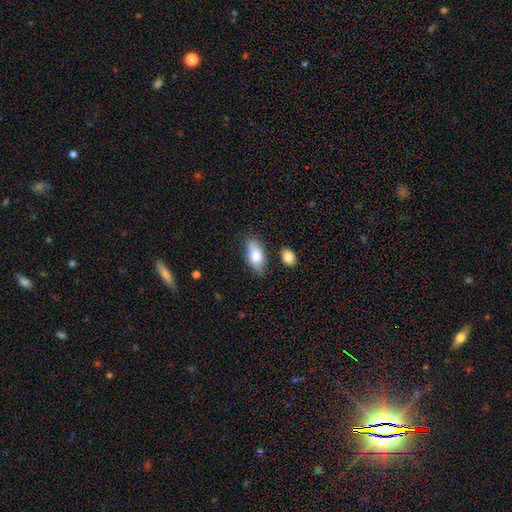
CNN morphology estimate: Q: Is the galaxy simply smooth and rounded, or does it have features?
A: smooth — 78%.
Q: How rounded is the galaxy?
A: in between — 89%.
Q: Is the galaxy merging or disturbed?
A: none — 75%.